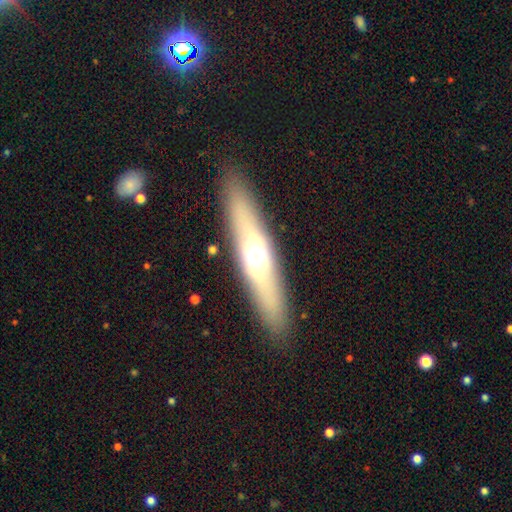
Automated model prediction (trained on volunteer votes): This appears to be a featured or disk galaxy (51%) viewed edge-on (79%). Merging: none (89%).